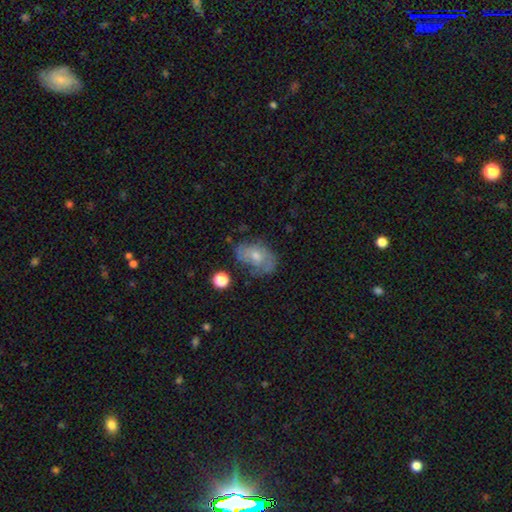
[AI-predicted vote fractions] smooth-or-featured: featured or disk: 50% | smooth: 38% | star or artifact: 12%
  merging: none: 58% | minor disturbance: 26% | major disturbance: 13% | merger: 3%